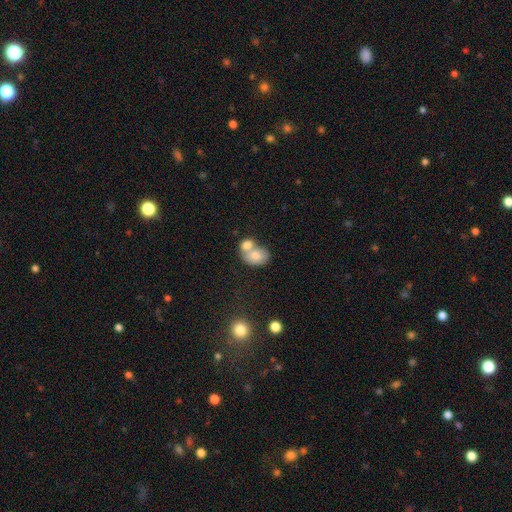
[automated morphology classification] Smooth or featured?
  - smooth: 74% *
  - featured or disk: 18%
  - star or artifact: 8%
How rounded?
  - in between: 68% *
  - round: 31%
  - cigar-shaped: 1%
Merging?
  - merger: 62% *
  - none: 26%
  - minor disturbance: 9%
  - major disturbance: 4%